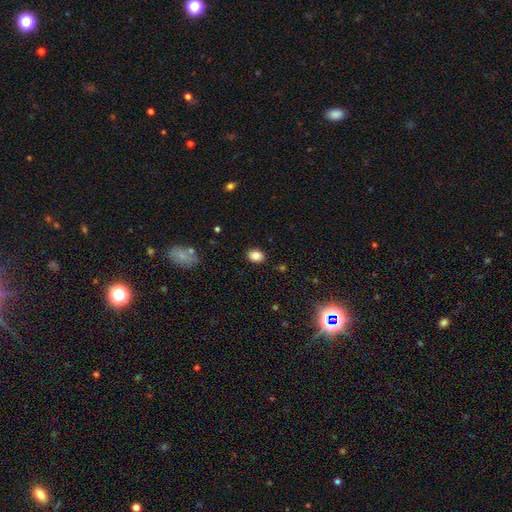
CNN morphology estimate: Smooth or featured: smooth — 85% (star or artifact — 9%)
How rounded: in between — 73% (round — 26%)
Merging: none — 88% (minor disturbance — 9%)